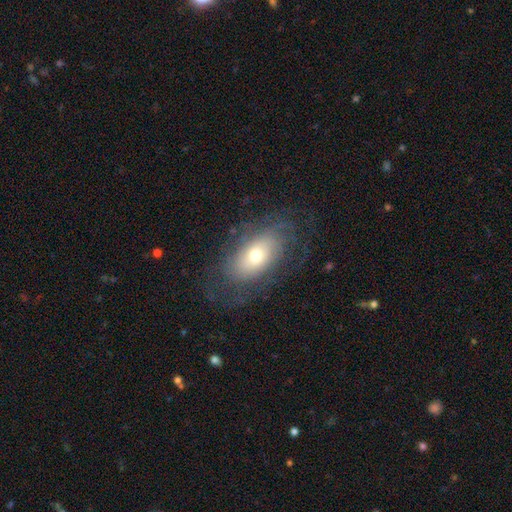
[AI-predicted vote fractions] Smooth or featured? featured or disk (53%)
Edge-on disk? no (90%)
Merging? none (68%)